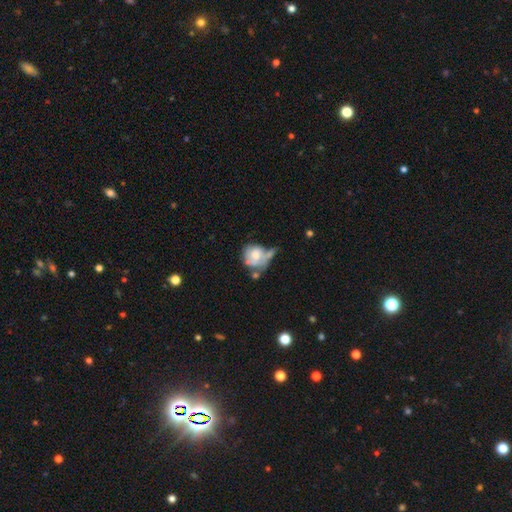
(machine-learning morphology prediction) type=smooth (53%); roundness=round (72%); merging=merger (28%).